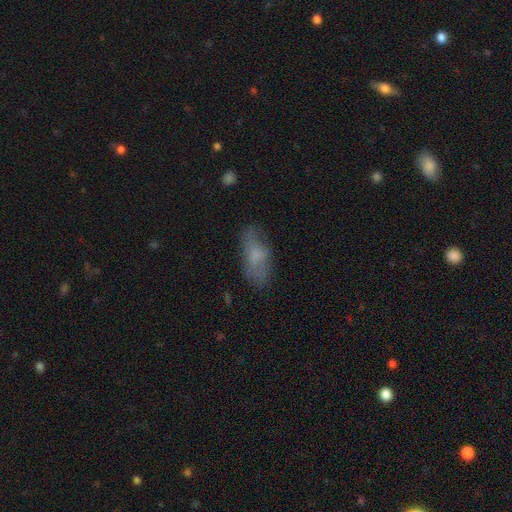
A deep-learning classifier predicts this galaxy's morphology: Smooth or featured: smooth — 63% (featured or disk — 29%)
How rounded: in between — 83% (cigar-shaped — 14%)
Merging: none — 63% (minor disturbance — 24%)